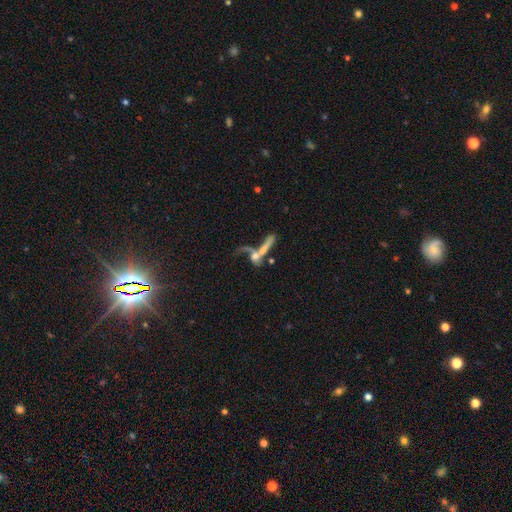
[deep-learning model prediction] This appears to be a featured or disk galaxy (46%). Merging: merger (46%).